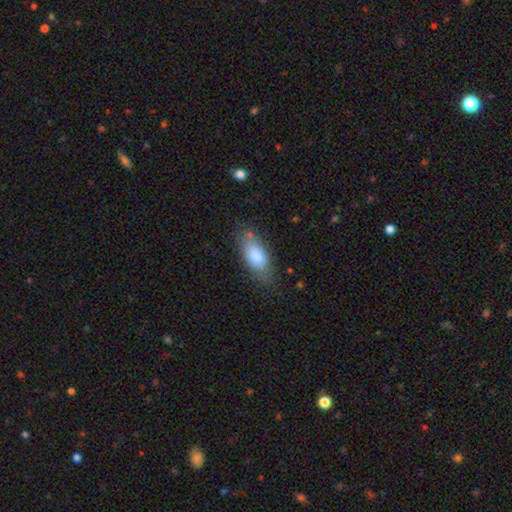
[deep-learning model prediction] smooth_or_featured: smooth (p=0.81) [alt: featured or disk p=0.13]
how_rounded: in between (p=0.80) [alt: cigar-shaped p=0.17]
merging: none (p=0.76) [alt: minor disturbance p=0.17]